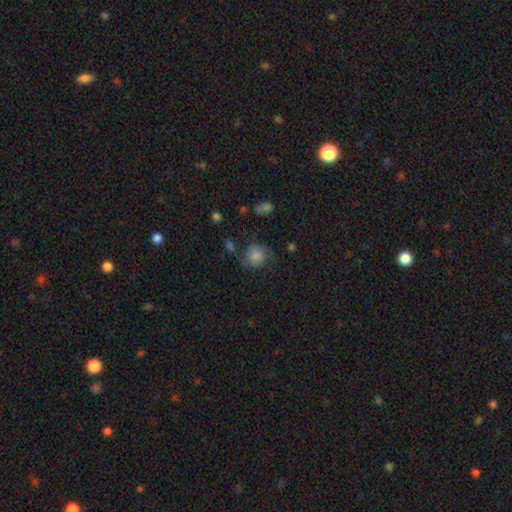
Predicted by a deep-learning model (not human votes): Q: Smooth or featured?
A: smooth (70%); runner-up: featured or disk (20%)
Q: How rounded?
A: round (81%); runner-up: in between (18%)
Q: Merging?
A: none (59%); runner-up: minor disturbance (24%)